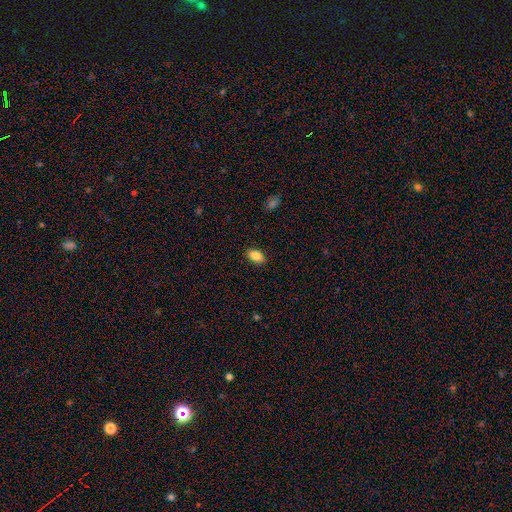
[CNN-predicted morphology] type=smooth (86%); roundness=in between (91%); merging=none (89%).